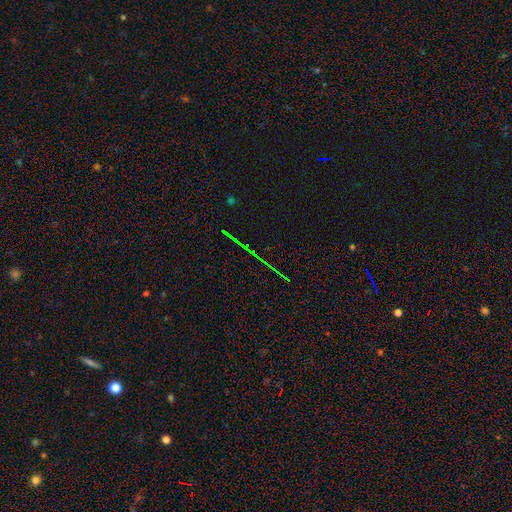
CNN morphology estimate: This appears to be a star or artifact, not a galaxy (80%).